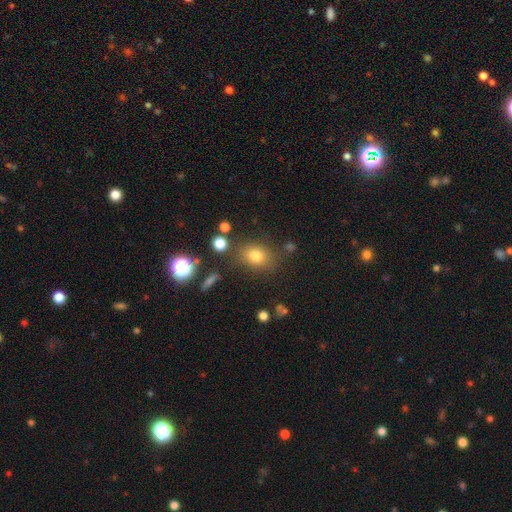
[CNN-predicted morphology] The model was most divided on "how rounded": in between: 50%, round: 48%, cigar-shaped: 1%. More confident: merging — none (79%); smooth or featured — smooth (76%).